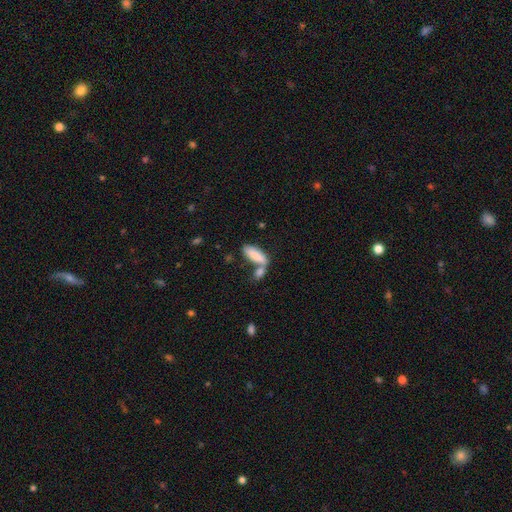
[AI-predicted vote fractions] Smooth or featured: smooth — 81% (featured or disk — 13%)
How rounded: in between — 71% (cigar-shaped — 27%)
Merging: merger — 46% (none — 36%)